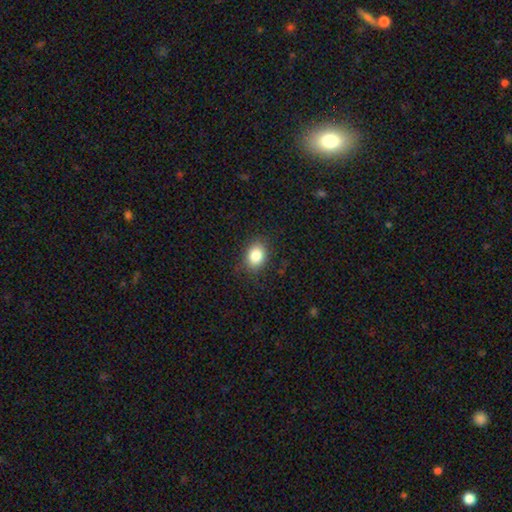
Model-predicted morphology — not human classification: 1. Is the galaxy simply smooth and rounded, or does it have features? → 84% smooth, 9% star or artifact, 7% featured or disk.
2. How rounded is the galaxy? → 60% in between, 39% round, 1% cigar-shaped.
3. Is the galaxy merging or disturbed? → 85% none, 11% minor disturbance, 3% major disturbance, 1% merger.